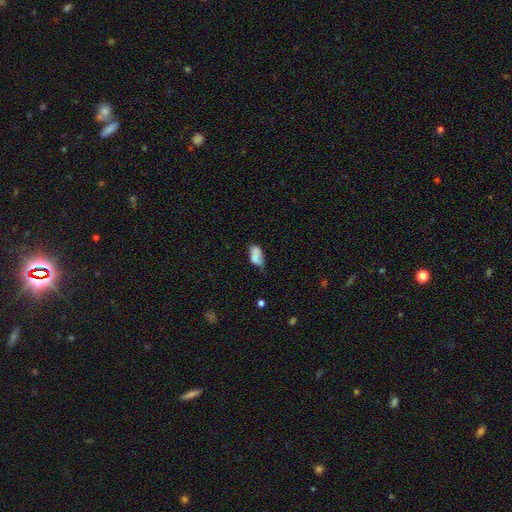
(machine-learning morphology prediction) Smooth or featured? Predicted: smooth (p=0.76). How rounded? Predicted: in between (p=0.91). Merging? Predicted: none (p=0.44).